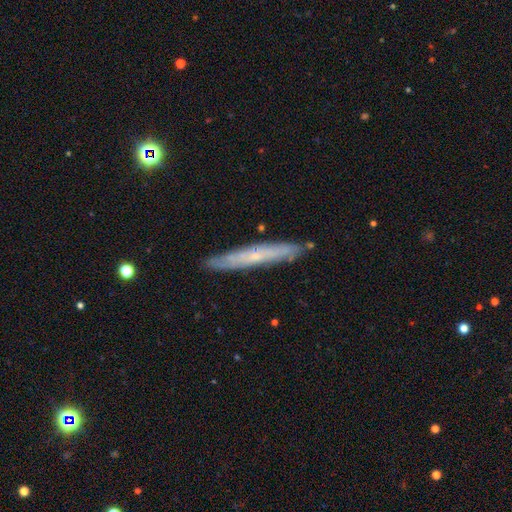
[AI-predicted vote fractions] Smooth or featured? Predicted: featured or disk (p=0.59). Edge-on disk? Predicted: yes (p=0.80). Merging? Predicted: none (p=0.86).